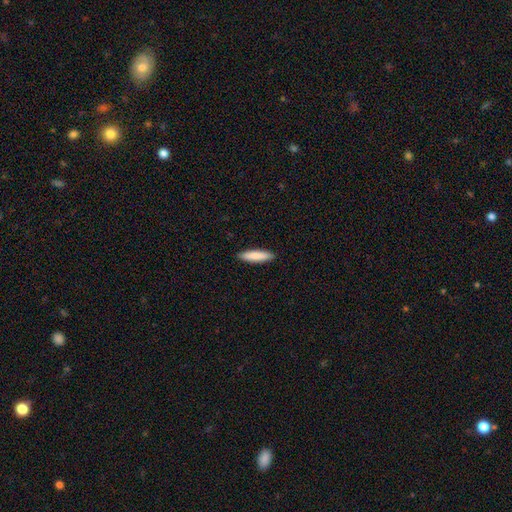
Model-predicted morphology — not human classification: A smooth galaxy with no disk features (86%) that is cigar-shaped (78%). Merging: none (91%).